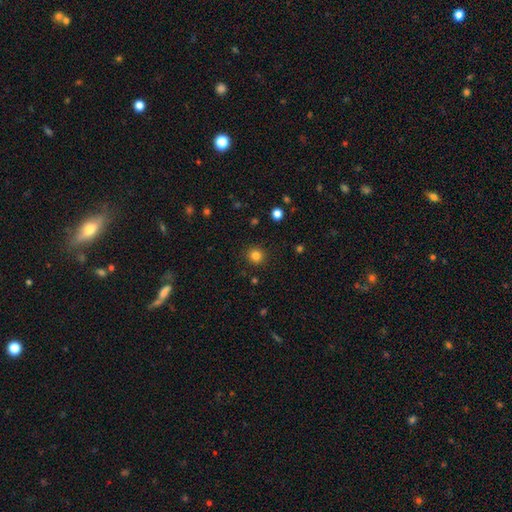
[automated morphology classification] A smooth galaxy with no disk features (82%) that is round (93%).

Vote fractions:
- Smooth or featured? smooth: 82% / star or artifact: 13% / featured or disk: 5%
- How rounded? round: 93% / in between: 6% / cigar-shaped: 1%
- Merging? none: 91% / minor disturbance: 6% / major disturbance: 2% / merger: 1%